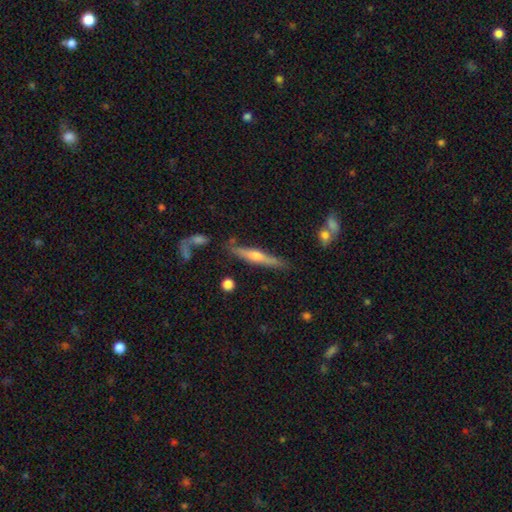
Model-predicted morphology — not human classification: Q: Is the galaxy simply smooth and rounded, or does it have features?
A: featured or disk — 70%.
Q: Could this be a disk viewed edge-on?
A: yes — 96%.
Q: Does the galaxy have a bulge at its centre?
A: rounded — 83%.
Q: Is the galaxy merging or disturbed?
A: none — 78%.